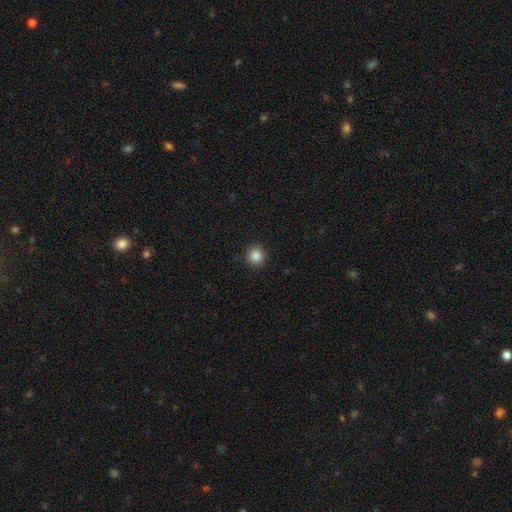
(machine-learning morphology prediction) Smooth or featured: smooth — 86% (star or artifact — 10%)
How rounded: round — 95% (in between — 4%)
Merging: none — 92% (minor disturbance — 6%)